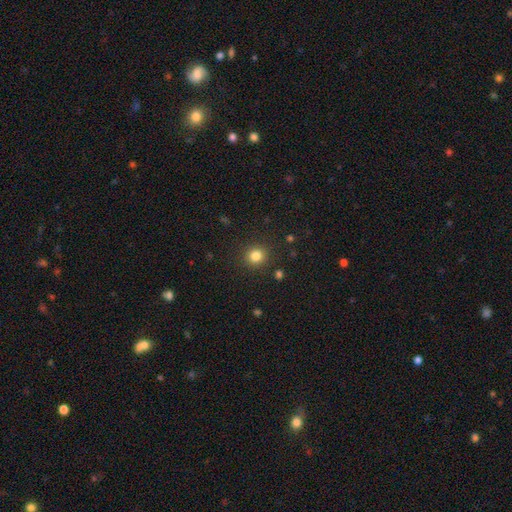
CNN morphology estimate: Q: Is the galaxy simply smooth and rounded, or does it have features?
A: smooth — 82%.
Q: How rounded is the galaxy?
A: round — 90%.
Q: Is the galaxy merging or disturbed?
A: none — 90%.